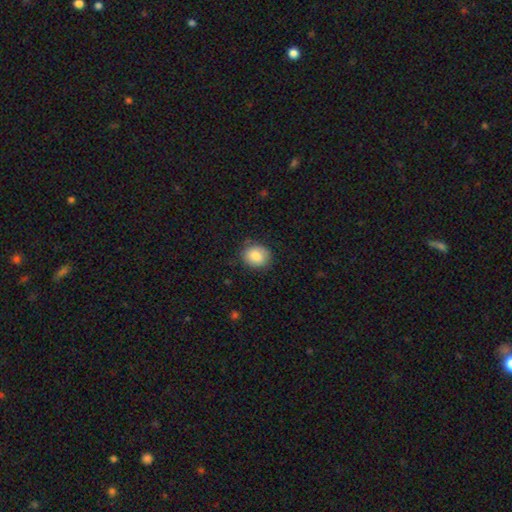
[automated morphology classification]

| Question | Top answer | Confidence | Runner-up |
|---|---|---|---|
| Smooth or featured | smooth | 84% | star or artifact (8%) |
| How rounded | round | 65% | in between (34%) |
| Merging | none | 82% | minor disturbance (14%) |